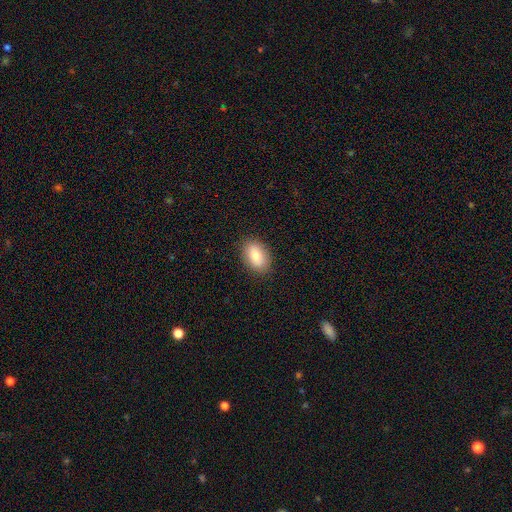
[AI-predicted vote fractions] smooth 82%, featured or disk 11%, star or artifact 7%. Down the decision tree: how rounded — in between (87%); merging — none (87%).